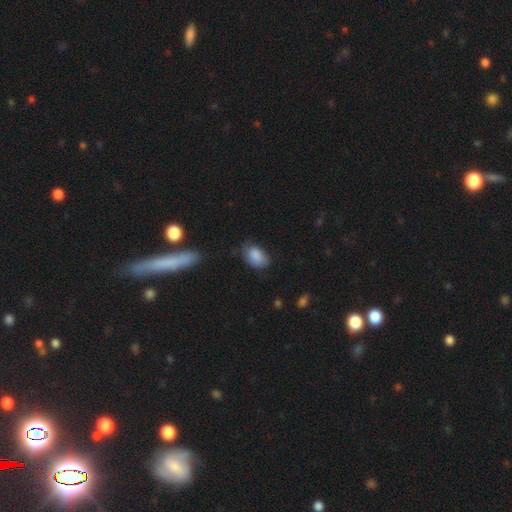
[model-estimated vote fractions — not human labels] This appears to be a smooth galaxy with no disk features (86%) that is in between round and cigar-shaped (87%). Merging: none (59%).